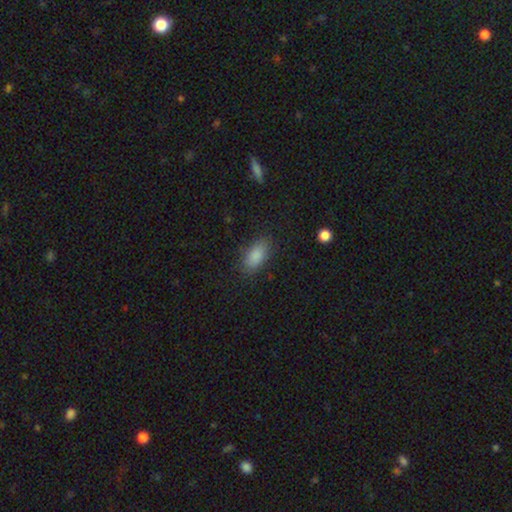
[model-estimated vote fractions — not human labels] This appears to be a smooth galaxy with no disk features (87%) that is in between round and cigar-shaped (90%). Merging: none (84%).